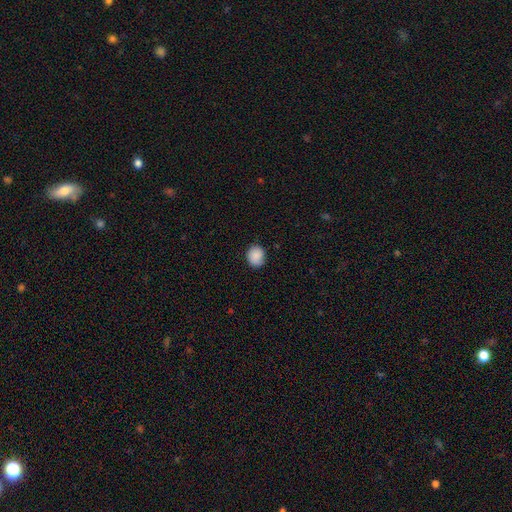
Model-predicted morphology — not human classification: The model was most divided on "how rounded": round: 67%, in between: 33%, cigar-shaped: 1%. More confident: smooth or featured — smooth (89%); merging — none (84%).